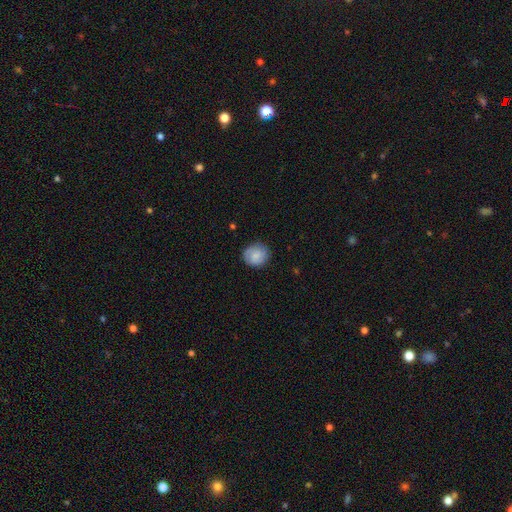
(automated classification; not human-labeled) smooth-or-featured: smooth: 74% | featured or disk: 19% | star or artifact: 7%
  how-rounded: round: 81% | in between: 18% | cigar-shaped: 1%
  merging: none: 82% | minor disturbance: 14% | major disturbance: 3% | merger: 1%